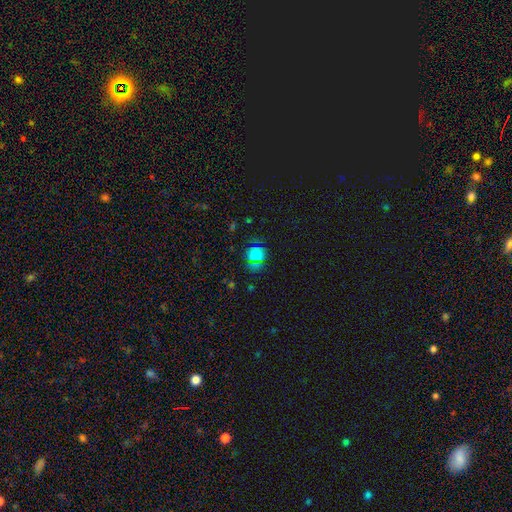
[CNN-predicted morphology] Smooth or featured?
  - smooth: 66% *
  - star or artifact: 24%
  - featured or disk: 10%
How rounded?
  - round: 83% *
  - in between: 16%
  - cigar-shaped: 1%
Merging?
  - none: 77% *
  - minor disturbance: 15%
  - major disturbance: 6%
  - merger: 2%